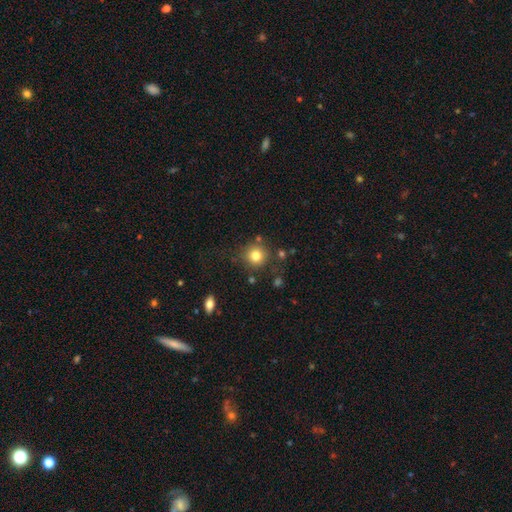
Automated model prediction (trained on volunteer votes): Morphology: type=smooth (81%); roundness=round (92%); merging=none (81%).